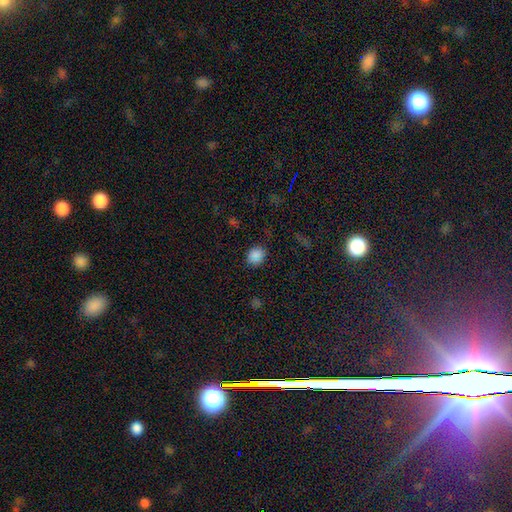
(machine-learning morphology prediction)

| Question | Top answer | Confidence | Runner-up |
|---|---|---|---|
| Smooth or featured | smooth | 78% | star or artifact (17%) |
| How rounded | round | 65% | in between (34%) |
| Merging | none | 80% | minor disturbance (14%) |